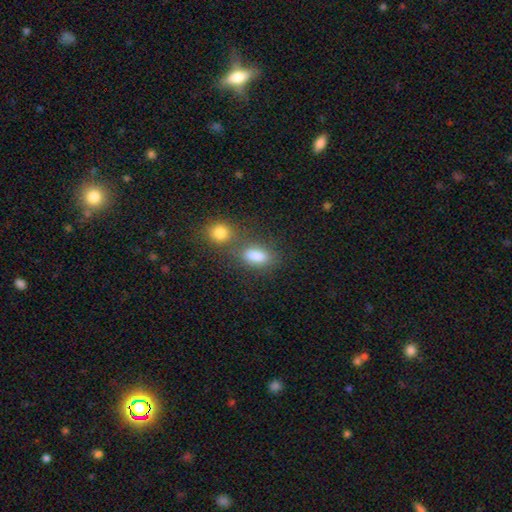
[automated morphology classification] A smooth galaxy with no disk features (83%) that is in between round and cigar-shaped (82%). Merging: none (51%).